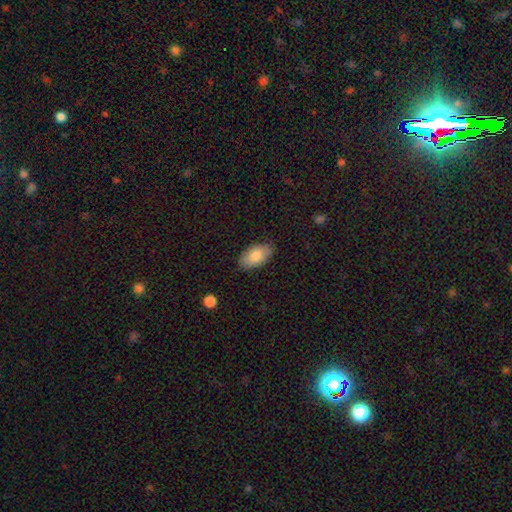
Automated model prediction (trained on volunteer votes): Overall: smooth (82%). How rounded: in between (94%). Merging: none (85%).